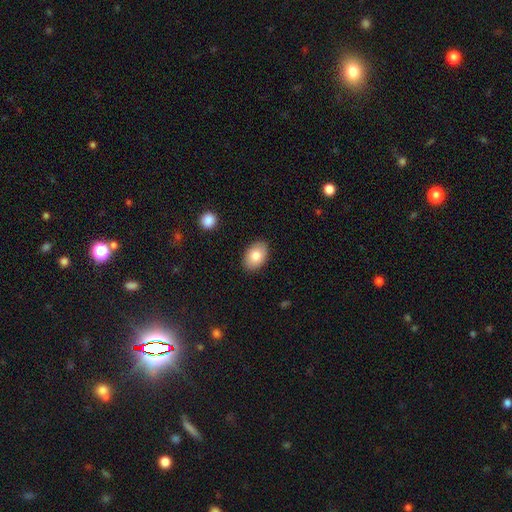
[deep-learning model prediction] A smooth galaxy with no disk features (82%) that is in between round and cigar-shaped (88%).

Vote fractions:
- Smooth or featured? smooth: 82% / featured or disk: 11% / star or artifact: 7%
- How rounded? in between: 88% / round: 11% / cigar-shaped: 1%
- Merging? none: 88% / minor disturbance: 9% / major disturbance: 2% / merger: 1%